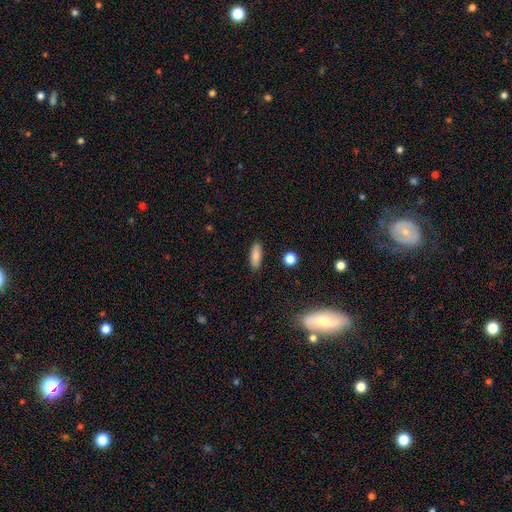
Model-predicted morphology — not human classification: A smooth galaxy with no disk features (83%) that is in between round and cigar-shaped (68%).

Vote fractions:
- Smooth or featured? smooth: 83% / featured or disk: 9% / star or artifact: 8%
- How rounded? in between: 68% / cigar-shaped: 29% / round: 3%
- Merging? none: 88% / minor disturbance: 9% / major disturbance: 2% / merger: 2%